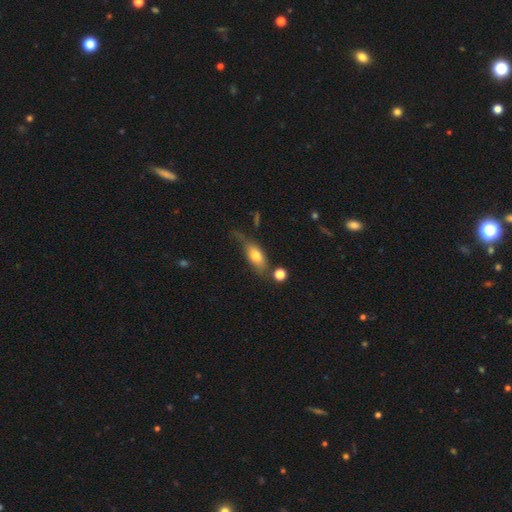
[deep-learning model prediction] Morphology: type=smooth (70%); roundness=in between (82%); merging=none (44%).